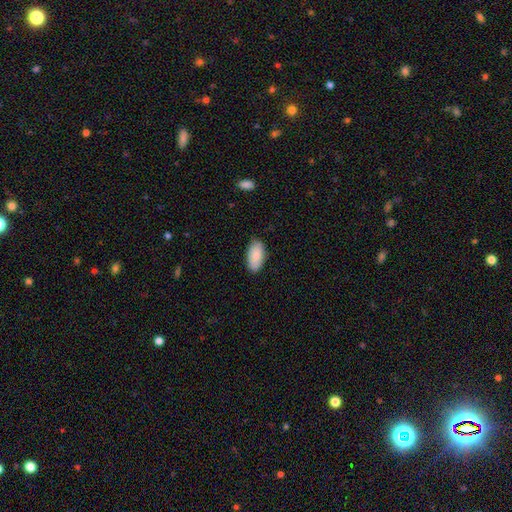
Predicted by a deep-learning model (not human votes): The model was most divided on "merging": none: 85%, minor disturbance: 12%, major disturbance: 2%, merger: 1%. More confident: how rounded — in between (94%); smooth or featured — smooth (88%).